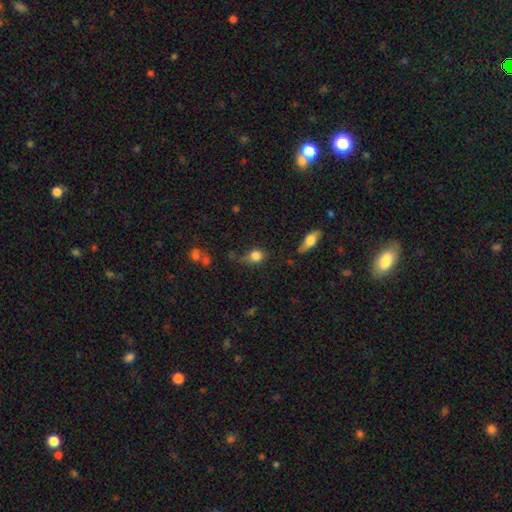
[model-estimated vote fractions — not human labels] smooth-or-featured: smooth: 81% | star or artifact: 10% | featured or disk: 9%
  how-rounded: round: 55% | in between: 43% | cigar-shaped: 2%
  merging: none: 48% | minor disturbance: 32% | major disturbance: 14% | merger: 6%